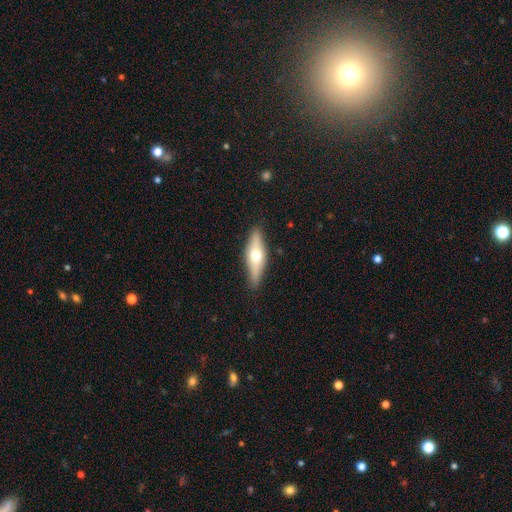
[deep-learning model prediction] featured or disk 51%, smooth 43%, star or artifact 6%. Down the decision tree: edge-on disk — yes (86%); merging — none (86%).